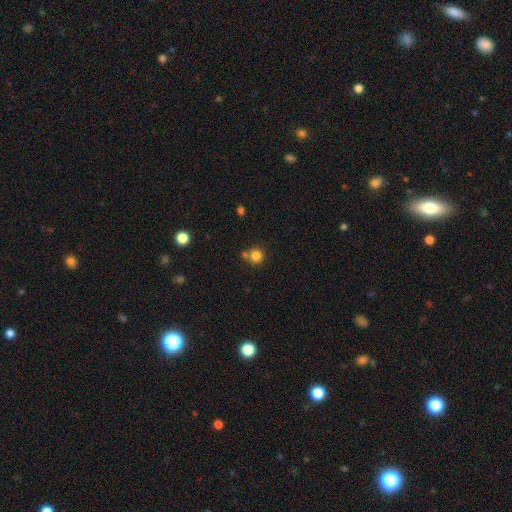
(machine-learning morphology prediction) Overall: smooth (82%). How rounded: round (92%). Merging: none (67%).